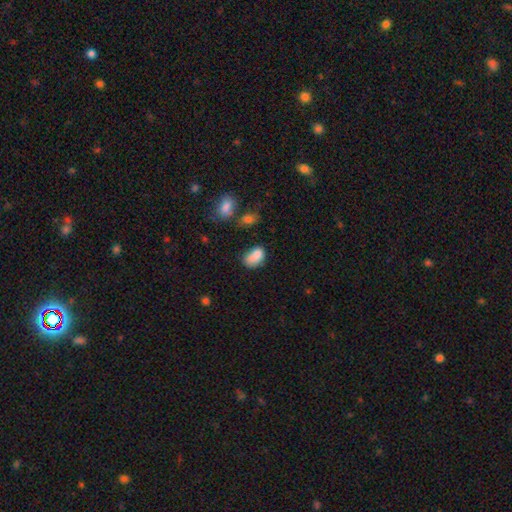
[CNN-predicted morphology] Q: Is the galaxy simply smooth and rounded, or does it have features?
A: smooth — 80%.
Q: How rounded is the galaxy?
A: in between — 83%.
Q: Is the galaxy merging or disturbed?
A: none — 40%.